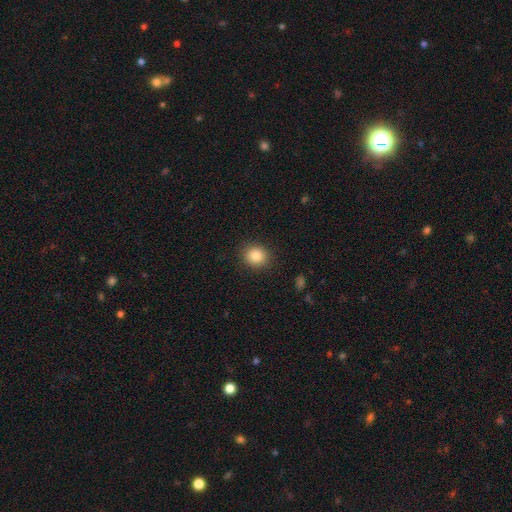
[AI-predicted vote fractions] smooth_or_featured: smooth (p=0.84) [alt: star or artifact p=0.10]
how_rounded: round (p=0.82) [alt: in between p=0.17]
merging: none (p=0.90) [alt: minor disturbance p=0.07]